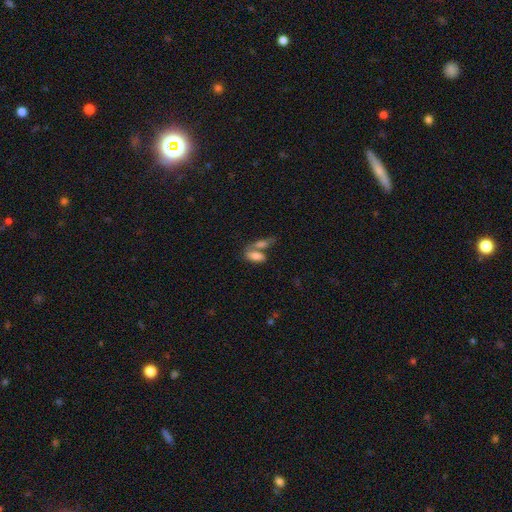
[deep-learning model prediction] This is likely a smooth galaxy (77%). How rounded: clearly in between (83%). Merging: possibly merger (55%).